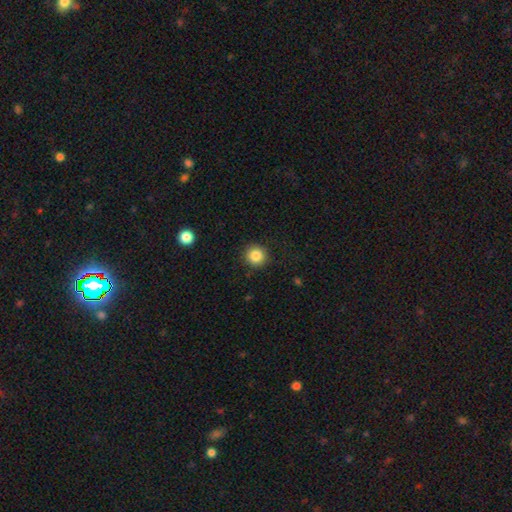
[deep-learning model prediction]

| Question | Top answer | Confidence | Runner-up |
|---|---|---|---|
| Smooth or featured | smooth | 85% | star or artifact (10%) |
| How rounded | round | 94% | in between (5%) |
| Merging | none | 90% | minor disturbance (6%) |